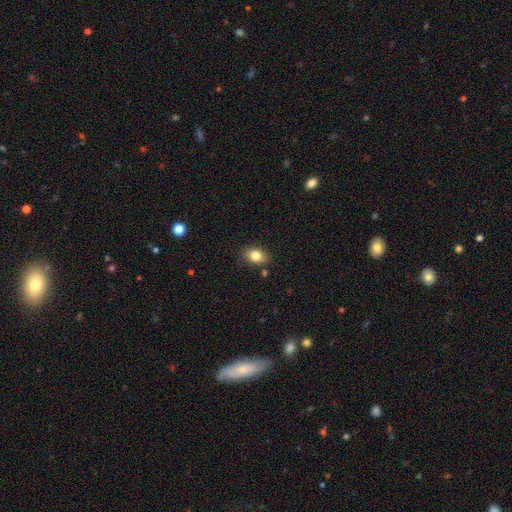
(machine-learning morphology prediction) The model was most divided on "how rounded": in between: 78%, round: 21%, cigar-shaped: 1%. More confident: merging — none (83%); smooth or featured — smooth (82%).